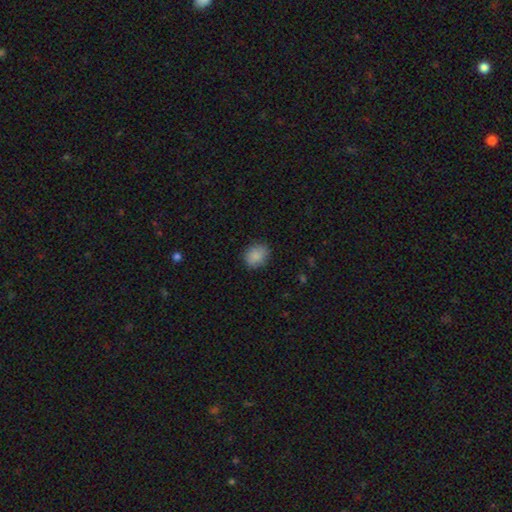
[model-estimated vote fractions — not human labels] Morphology: type=smooth (86%); roundness=round (59%); merging=none (80%).